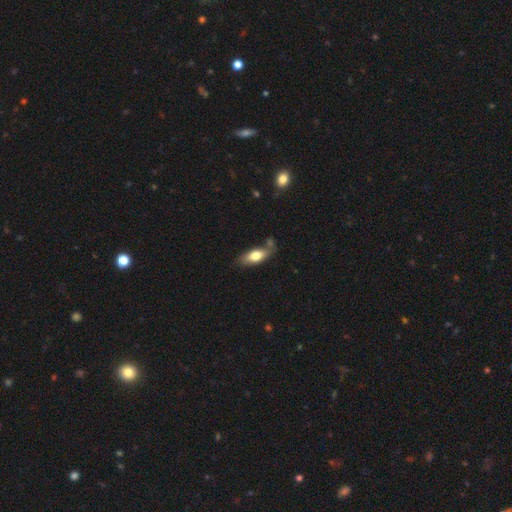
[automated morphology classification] Smooth or featured? smooth (70%)
How rounded? in between (77%)
Merging? none (63%)